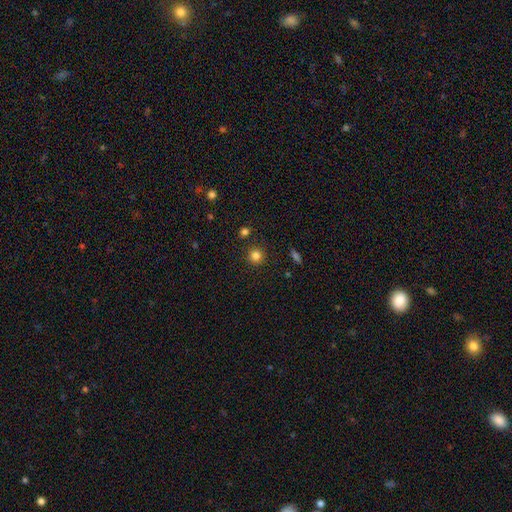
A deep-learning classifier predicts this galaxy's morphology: This is clearly a smooth galaxy (82%). How rounded: clearly round (94%). Merging: clearly none (90%).